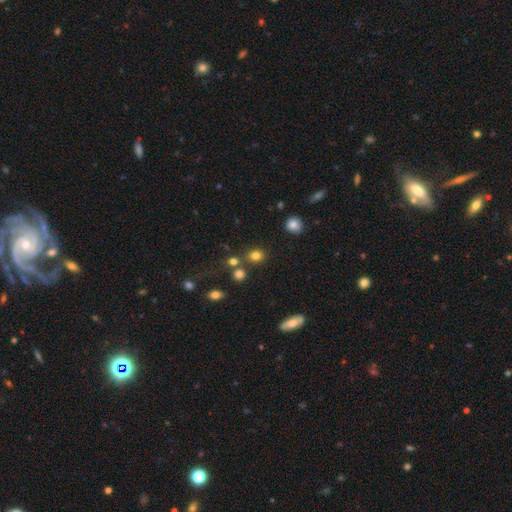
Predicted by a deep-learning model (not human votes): Smooth or featured? smooth (78%)
How rounded? round (79%)
Merging? none (76%)